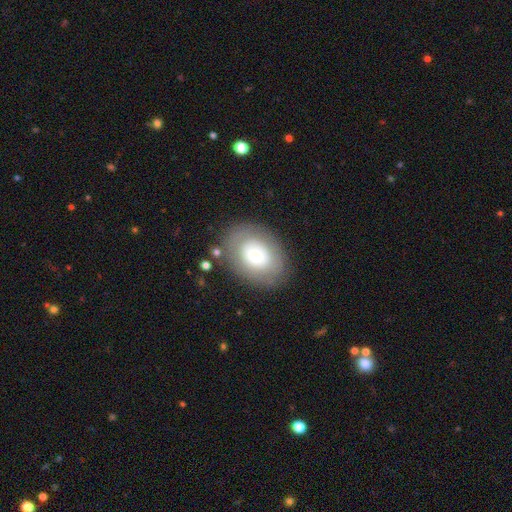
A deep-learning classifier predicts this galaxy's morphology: Overall: smooth (69%). How rounded: in between (69%; round 30%). Merging: none (76%).